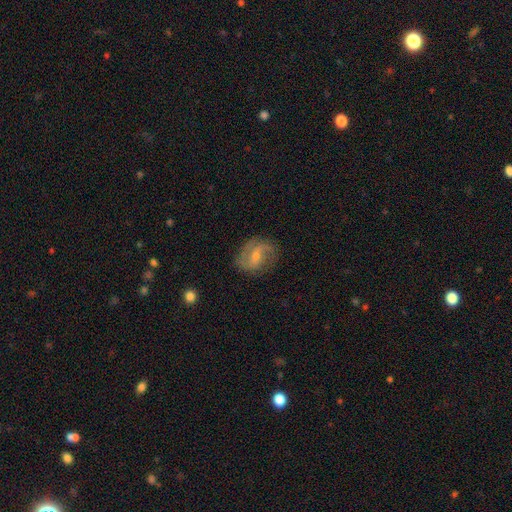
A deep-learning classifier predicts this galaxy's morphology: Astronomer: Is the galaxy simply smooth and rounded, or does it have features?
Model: featured or disk — 75%.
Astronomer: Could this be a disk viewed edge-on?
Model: no — 97%.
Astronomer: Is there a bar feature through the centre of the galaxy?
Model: weak — 52%.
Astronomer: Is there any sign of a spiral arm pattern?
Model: yes — 91%.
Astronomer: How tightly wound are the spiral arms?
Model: medium — 45% (runner-up: loose, 36%).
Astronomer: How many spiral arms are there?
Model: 2 — 83%.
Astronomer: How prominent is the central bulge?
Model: small — 56% (runner-up: moderate, 36%).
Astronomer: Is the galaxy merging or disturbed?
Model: none — 77%.